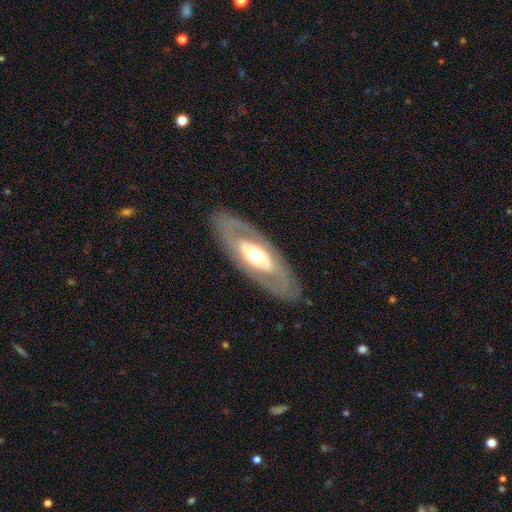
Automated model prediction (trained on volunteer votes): smooth-or-featured: featured or disk: 66% | smooth: 29% | star or artifact: 5%
  disk-edge-on: no: 82% | yes: 18%
    bar: no: 75% | weak: 16% | strong: 9%
    has-spiral-arms: no: 79% | yes: 21%
    bulge-size: moderate: 63% | large: 23% | small: 11% | dominant: 2% | none: 1%
  merging: none: 84% | minor disturbance: 10% | major disturbance: 5% | merger: 1%